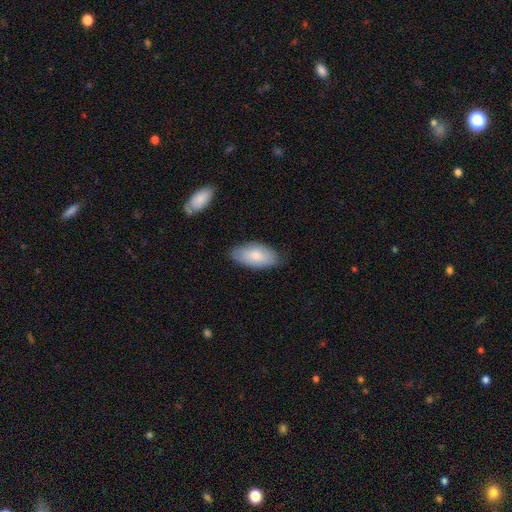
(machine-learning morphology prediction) Smooth or featured: smooth — 80% (featured or disk — 15%)
How rounded: in between — 94% (cigar-shaped — 4%)
Merging: none — 78% (minor disturbance — 18%)